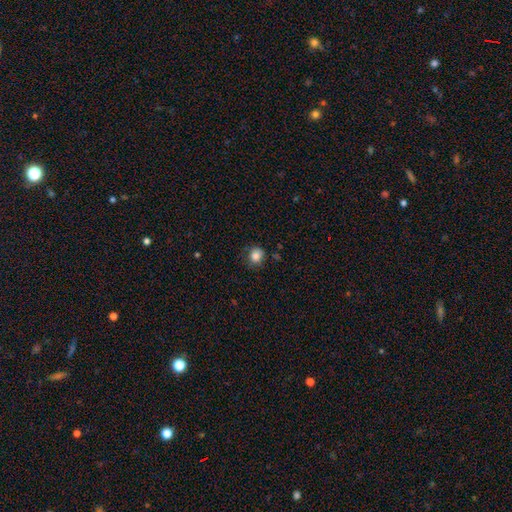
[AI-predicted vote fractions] This appears to be a smooth galaxy with no disk features (85%) that is round (80%). Merging: none (71%).